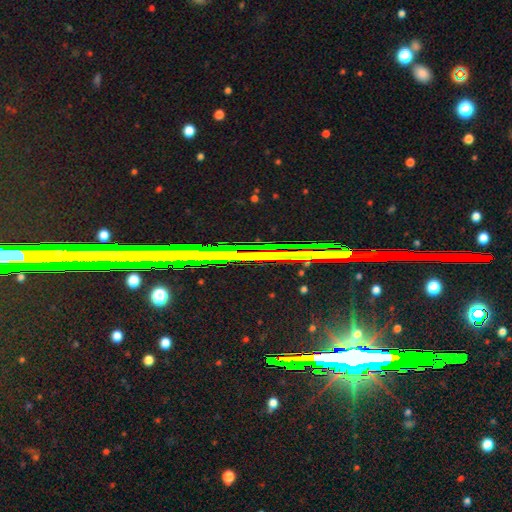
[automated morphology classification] Overall: star or artifact (78%).